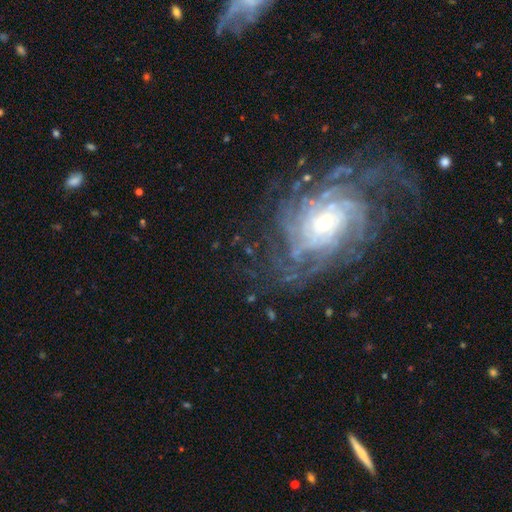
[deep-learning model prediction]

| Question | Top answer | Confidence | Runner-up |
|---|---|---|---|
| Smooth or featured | featured or disk | 84% | star or artifact (9%) |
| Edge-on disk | no | 96% | yes (4%) |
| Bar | no | 60% | weak (28%) |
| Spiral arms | yes | 96% | no (4%) |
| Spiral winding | tight | 63% | medium (29%) |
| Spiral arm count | can't tell | 29% | 4 (18%) |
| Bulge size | moderate | 46% | small (43%) |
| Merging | none | 72% | minor disturbance (15%) |